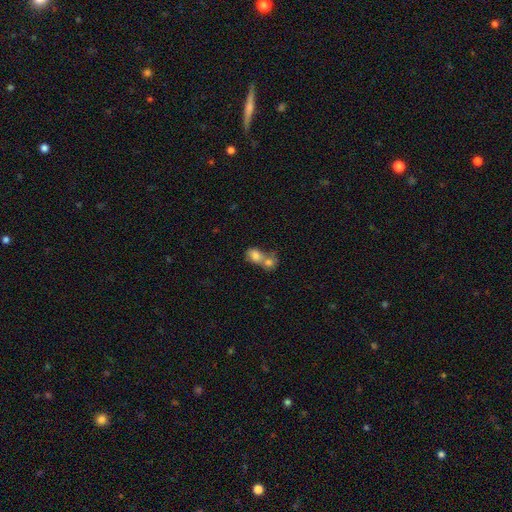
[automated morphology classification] A smooth galaxy with no disk features (78%) that is in between round and cigar-shaped (56%).

Vote fractions:
- Smooth or featured? smooth: 78% / featured or disk: 13% / star or artifact: 9%
- How rounded? in between: 56% / round: 43% / cigar-shaped: 2%
- Merging? merger: 71% / none: 20% / minor disturbance: 6% / major disturbance: 3%